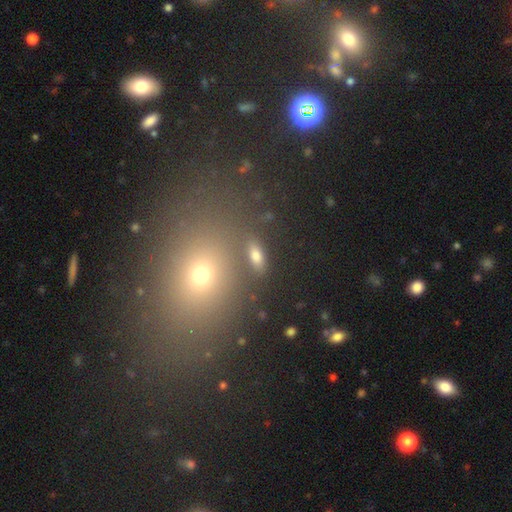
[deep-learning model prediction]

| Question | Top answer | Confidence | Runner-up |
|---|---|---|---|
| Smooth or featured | smooth | 73% | star or artifact (14%) |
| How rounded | in between | 76% | cigar-shaped (13%) |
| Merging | none | 81% | minor disturbance (9%) |